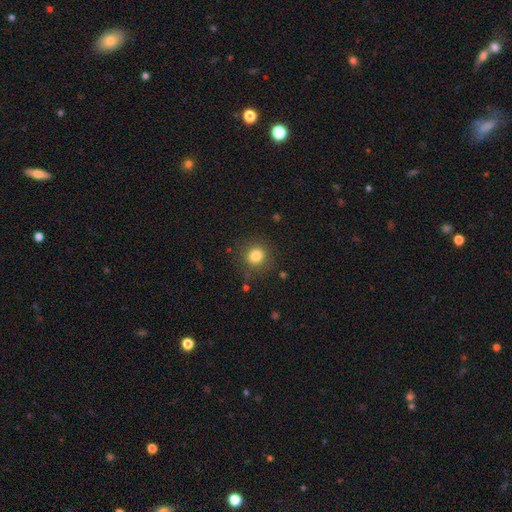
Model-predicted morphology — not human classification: This is clearly a smooth galaxy (82%). How rounded: clearly round (90%). Merging: clearly none (85%).